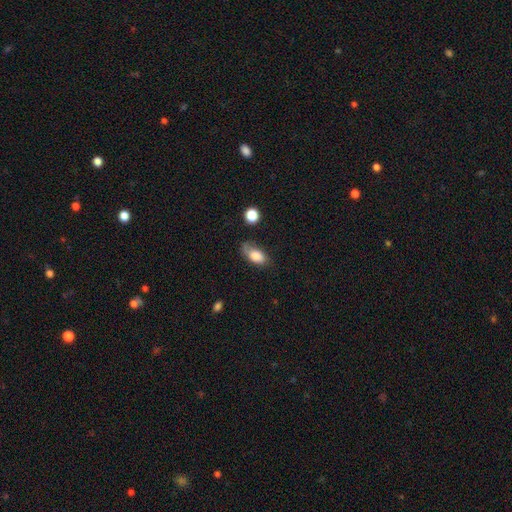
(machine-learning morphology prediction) type=smooth (77%); roundness=in between (90%); merging=none (47%).